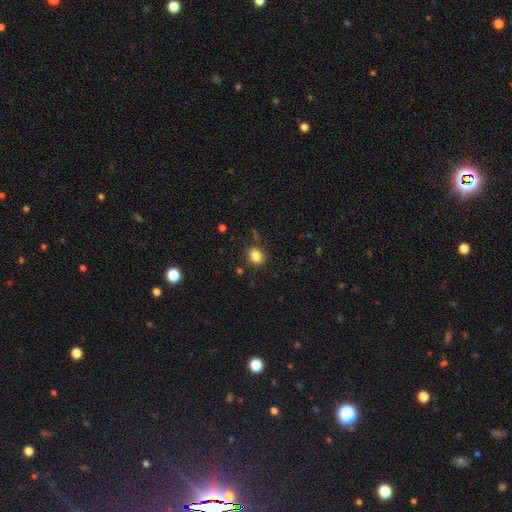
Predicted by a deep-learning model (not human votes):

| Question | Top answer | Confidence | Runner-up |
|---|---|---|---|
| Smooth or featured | smooth | 84% | star or artifact (11%) |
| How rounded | round | 57% | in between (42%) |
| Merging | none | 81% | minor disturbance (12%) |